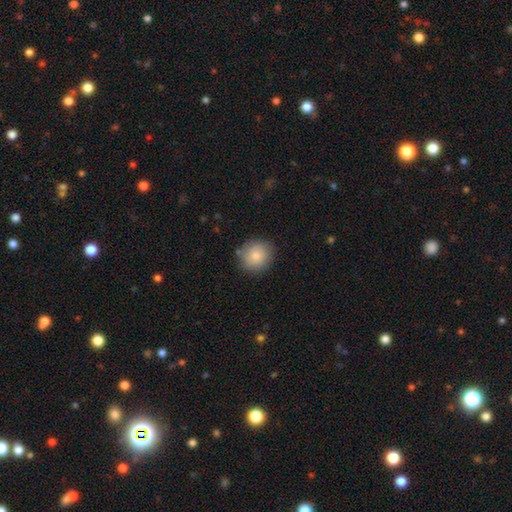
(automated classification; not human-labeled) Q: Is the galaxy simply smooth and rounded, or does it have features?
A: smooth — 83%.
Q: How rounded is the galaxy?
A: round — 89%.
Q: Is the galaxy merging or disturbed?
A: none — 84%.